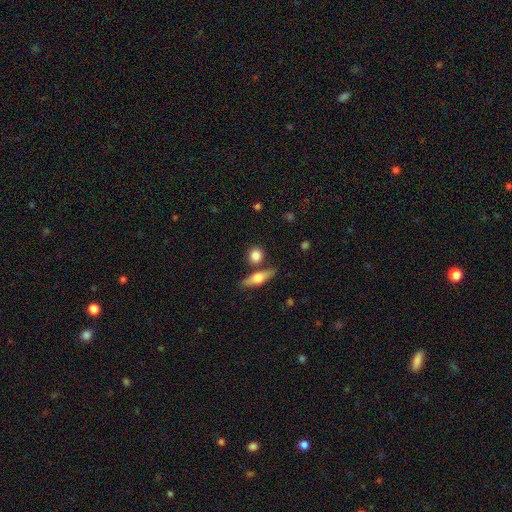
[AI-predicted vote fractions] Smooth or featured: smooth — 78% (featured or disk — 14%)
How rounded: round — 71% (in between — 21%)
Merging: none — 73% (merger — 14%)